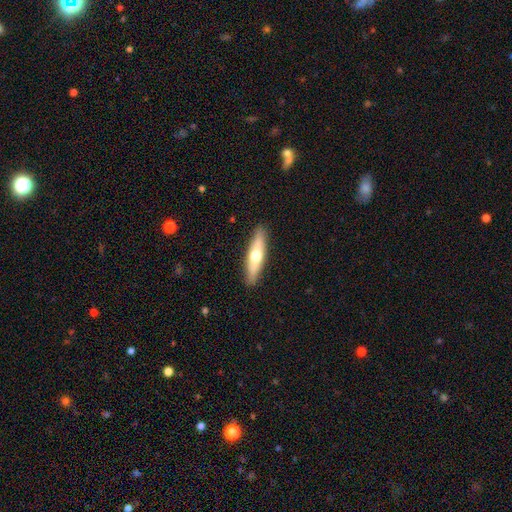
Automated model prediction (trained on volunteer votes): A smooth galaxy with no disk features (52%) that is cigar-shaped (75%).

Vote fractions:
- Smooth or featured? smooth: 52% / featured or disk: 42% / star or artifact: 5%
- How rounded? cigar-shaped: 75% / in between: 23% / round: 2%
- Merging? none: 89% / minor disturbance: 8% / major disturbance: 2% / merger: 1%